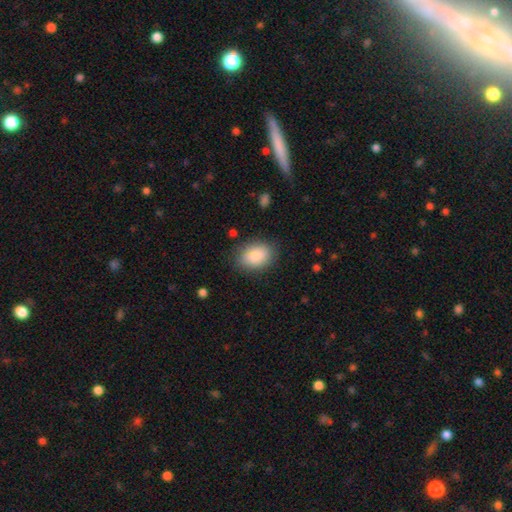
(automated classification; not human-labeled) Overall: smooth (88%). How rounded: in between (77%). Merging: none (82%).